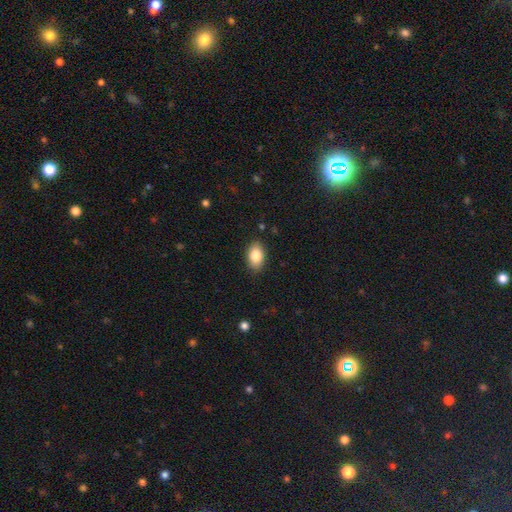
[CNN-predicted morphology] smooth-or-featured: smooth: 84% | featured or disk: 9% | star or artifact: 8%
  how-rounded: in between: 89% | round: 10% | cigar-shaped: 1%
  merging: none: 87% | minor disturbance: 10% | major disturbance: 2% | merger: 1%